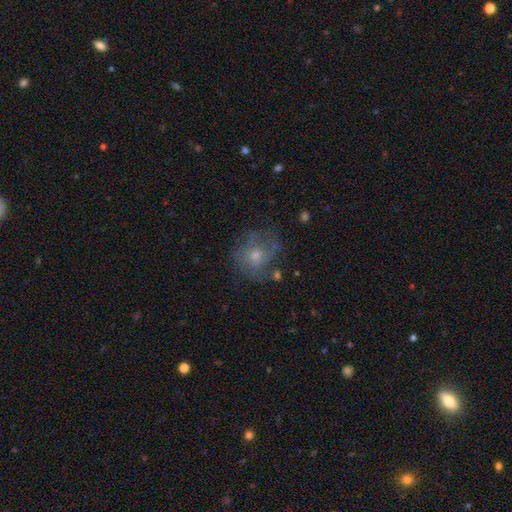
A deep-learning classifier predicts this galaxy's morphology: Smooth or featured: featured or disk — 51% (smooth — 38%)
Edge-on disk: no — 97% (yes — 3%)
Merging: none — 57% (minor disturbance — 22%)